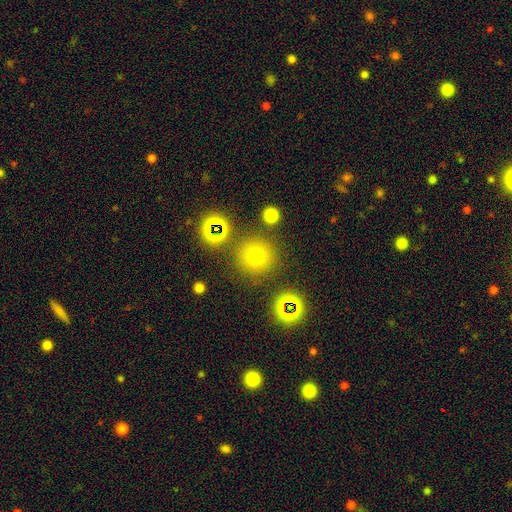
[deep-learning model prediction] Smooth or featured?
  - smooth: 69% *
  - star or artifact: 21%
  - featured or disk: 10%
How rounded?
  - round: 95% *
  - in between: 4%
  - cigar-shaped: 1%
Merging?
  - none: 84% *
  - minor disturbance: 7%
  - merger: 5%
  - major disturbance: 3%